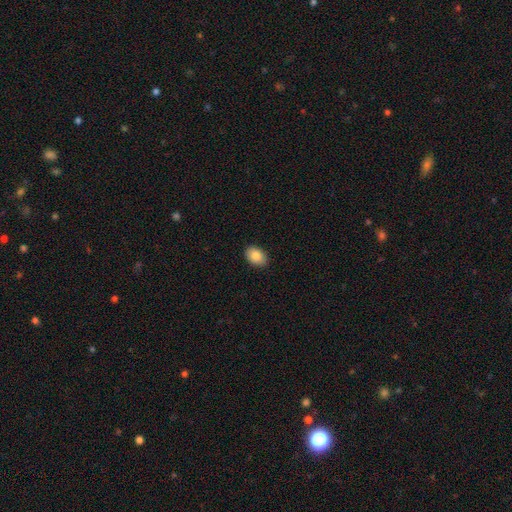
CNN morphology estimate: A smooth galaxy with no disk features (87%) that is in between round and cigar-shaped (82%).

Vote fractions:
- Smooth or featured? smooth: 87% / star or artifact: 8% / featured or disk: 5%
- How rounded? in between: 82% / round: 17% / cigar-shaped: 1%
- Merging? none: 89% / minor disturbance: 8% / major disturbance: 2% / merger: 1%